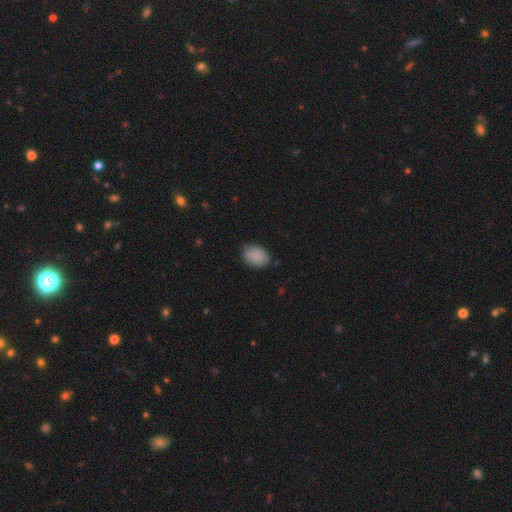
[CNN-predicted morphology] Overall: smooth (86%). How rounded: in between (79%). Merging: none (80%).